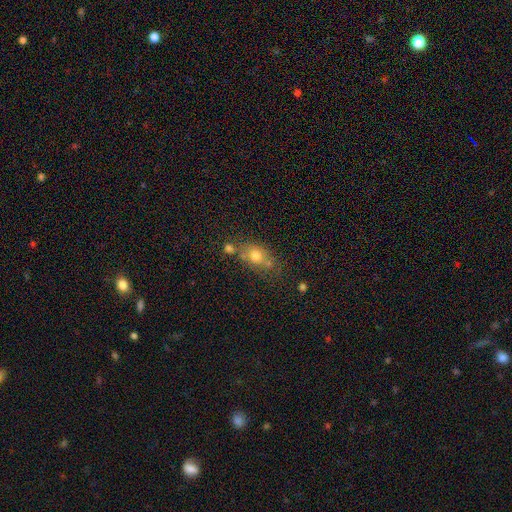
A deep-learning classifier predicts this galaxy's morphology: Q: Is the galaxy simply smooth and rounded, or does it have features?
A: smooth — 69%.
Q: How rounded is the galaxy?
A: in between — 60%.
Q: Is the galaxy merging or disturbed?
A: none — 49%.